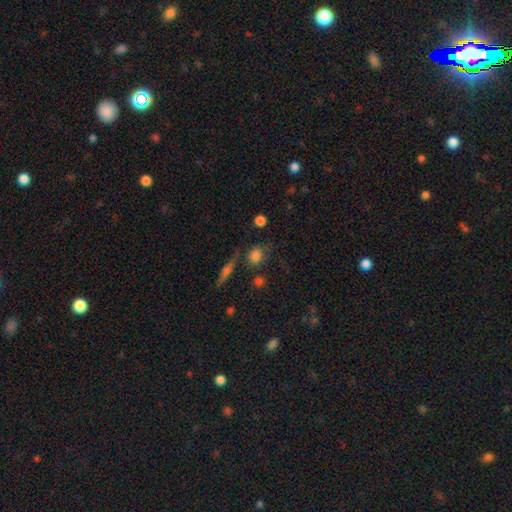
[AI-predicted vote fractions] smooth-or-featured: smooth: 77% | star or artifact: 12% | featured or disk: 11%
  how-rounded: round: 56% | in between: 41% | cigar-shaped: 3%
  merging: none: 65% | minor disturbance: 19% | merger: 8% | major disturbance: 7%